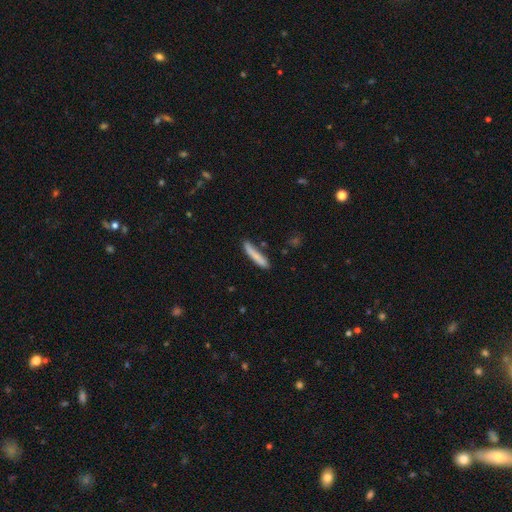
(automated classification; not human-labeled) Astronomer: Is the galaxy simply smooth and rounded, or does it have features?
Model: smooth — 79%.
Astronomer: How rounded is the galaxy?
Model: cigar-shaped — 91%.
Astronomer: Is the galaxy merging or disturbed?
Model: none — 78%.